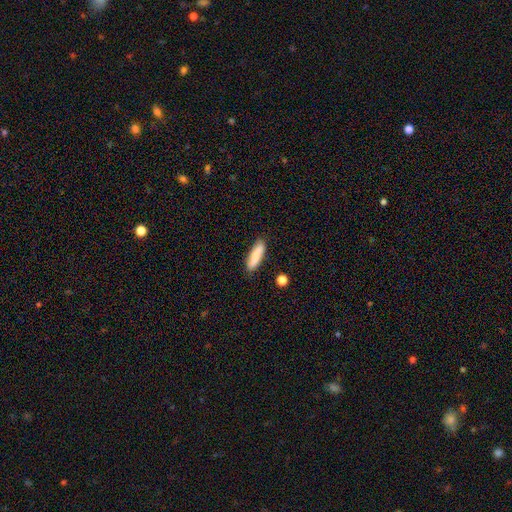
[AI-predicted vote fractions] Morphology: type=smooth (80%); roundness=cigar-shaped (67%); merging=none (83%).